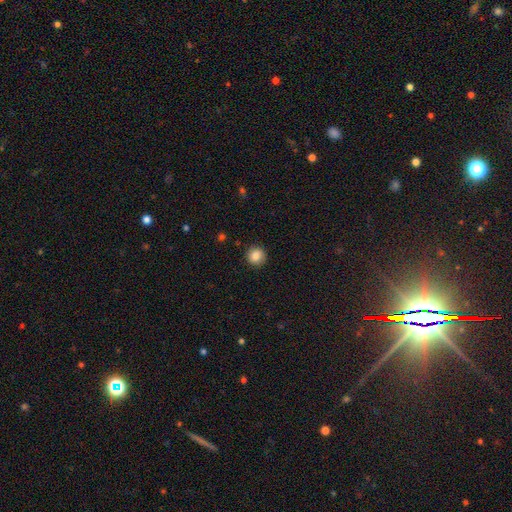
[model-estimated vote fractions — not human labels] Smooth or featured?
  - smooth: 87% *
  - star or artifact: 9%
  - featured or disk: 4%
How rounded?
  - round: 93% *
  - in between: 6%
  - cigar-shaped: 1%
Merging?
  - none: 90% *
  - minor disturbance: 7%
  - major disturbance: 2%
  - merger: 1%